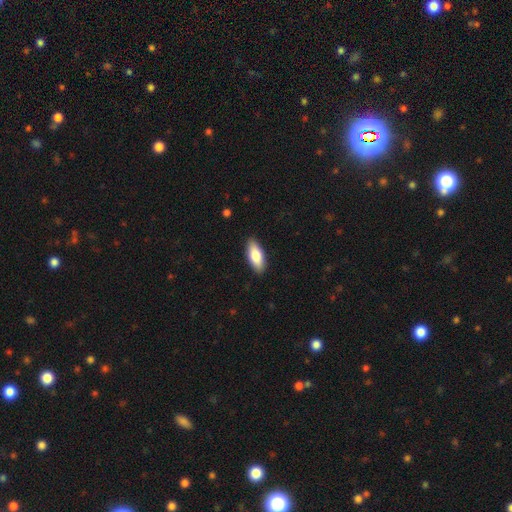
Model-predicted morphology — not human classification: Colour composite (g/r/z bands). It shows a smooth galaxy with no disk features (78%) that is in between round and cigar-shaped (79%). Merging: none (89%).